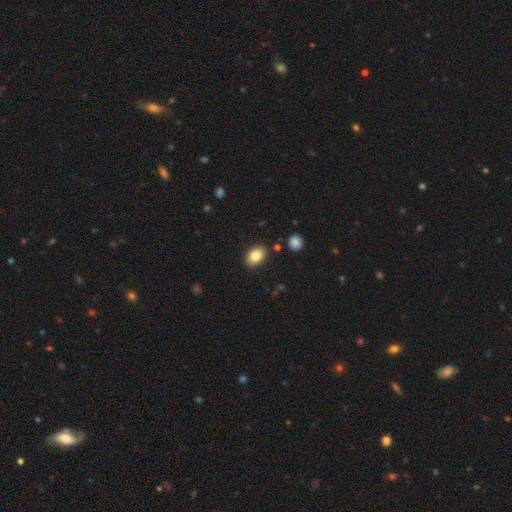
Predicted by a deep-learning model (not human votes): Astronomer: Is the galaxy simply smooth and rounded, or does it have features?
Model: smooth — 84%.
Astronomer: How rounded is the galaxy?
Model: in between — 82%.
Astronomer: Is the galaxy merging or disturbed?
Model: none — 87%.